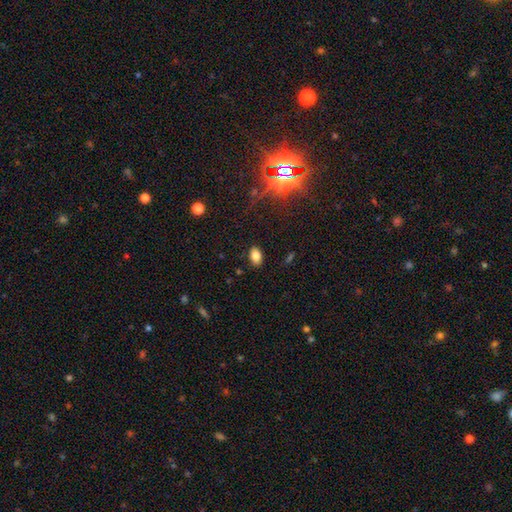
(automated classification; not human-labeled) Smooth or featured? Predicted: smooth (p=0.80). How rounded? Predicted: in between (p=0.89). Merging? Predicted: none (p=0.86).